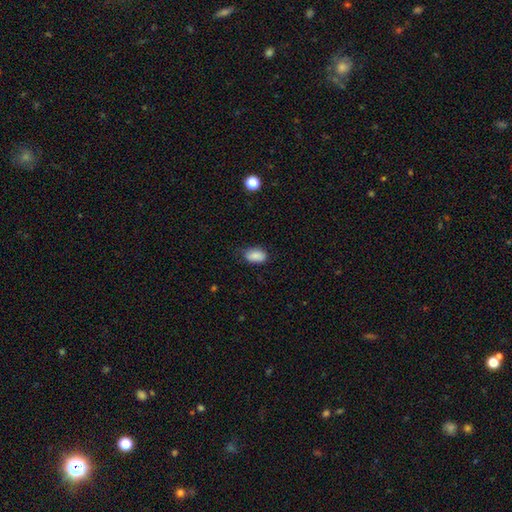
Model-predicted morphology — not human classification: Q: Smooth or featured?
A: smooth (86%); runner-up: star or artifact (8%)
Q: How rounded?
A: in between (90%); runner-up: round (8%)
Q: Merging?
A: none (67%); runner-up: minor disturbance (26%)